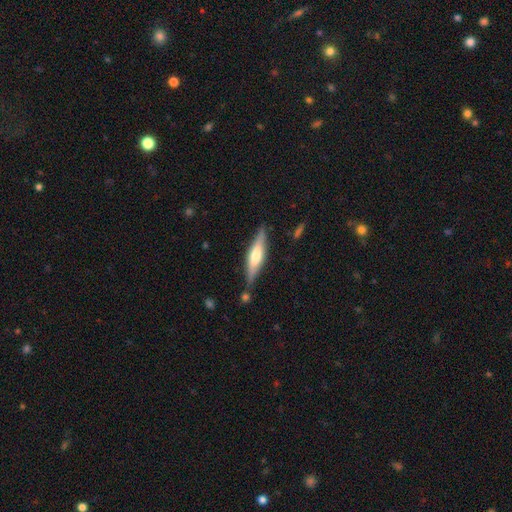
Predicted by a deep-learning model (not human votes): Overall: featured or disk (54%; smooth 41%). Edge-on disk: yes (92%). Merging: none (80%).